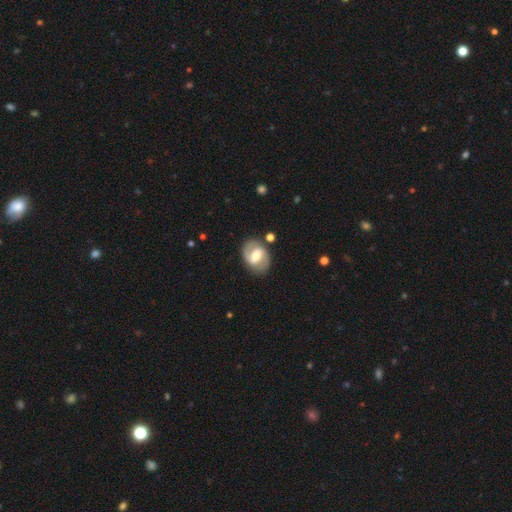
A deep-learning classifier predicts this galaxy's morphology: Smooth or featured? Predicted: featured or disk (p=0.73). Edge-on disk? Predicted: no (p=0.97). Bar? Predicted: weak (p=0.49). Spiral arms? Predicted: yes (p=0.86). Spiral winding? Predicted: medium (p=0.49). Spiral arm count? Predicted: 2 (p=0.89). Bulge size? Predicted: moderate (p=0.61). Merging? Predicted: none (p=0.80).